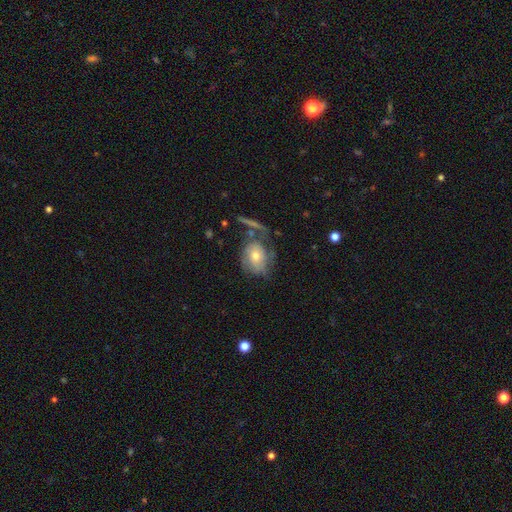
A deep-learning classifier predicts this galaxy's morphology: smooth-or-featured: smooth: 49% | featured or disk: 42% | star or artifact: 9%
  merging: none: 48% | minor disturbance: 23% | major disturbance: 18% | merger: 12%